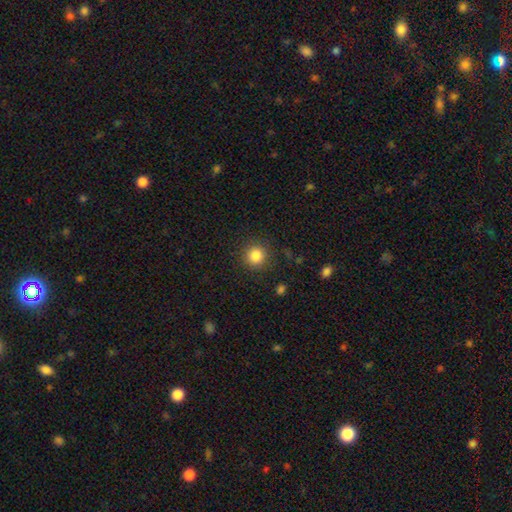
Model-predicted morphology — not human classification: smooth-or-featured: smooth: 84% | star or artifact: 11% | featured or disk: 5%
  how-rounded: round: 94% | in between: 5% | cigar-shaped: 1%
  merging: none: 90% | minor disturbance: 6% | major disturbance: 3% | merger: 1%